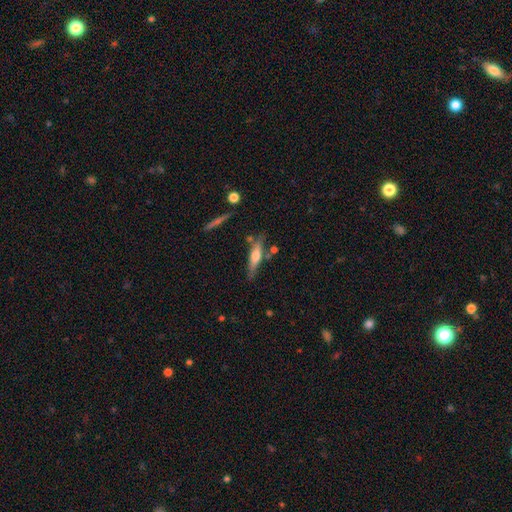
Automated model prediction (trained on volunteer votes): Smooth or featured? featured or disk (49%)
Merging? none (74%)